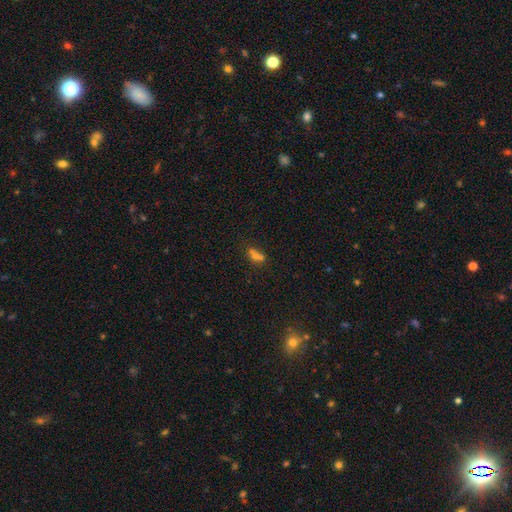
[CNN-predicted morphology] smooth-or-featured: smooth: 59% | star or artifact: 24% | featured or disk: 17%
  how-rounded: in between: 53% | round: 41% | cigar-shaped: 6%
  merging: merger: 48% | none: 36% | minor disturbance: 10% | major disturbance: 6%